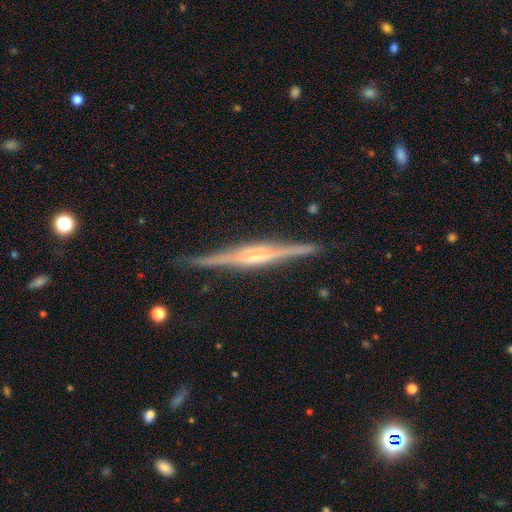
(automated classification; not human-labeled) Morphology: type=featured or disk (86%); edge-on=yes (98%); edge-on bulge=rounded (44%); merging=none (89%).